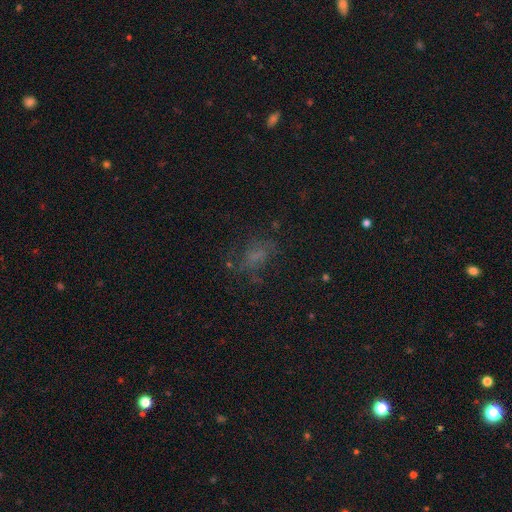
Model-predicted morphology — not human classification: Smooth or featured?
  - smooth: 45% *
  - featured or disk: 28%
  - star or artifact: 27%
Merging?
  - none: 55% *
  - major disturbance: 22%
  - minor disturbance: 20%
  - merger: 3%